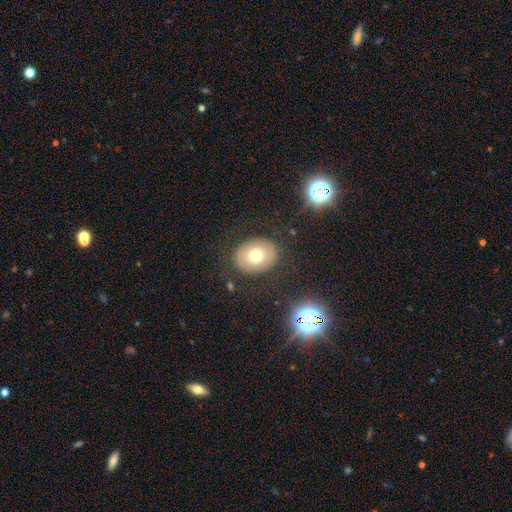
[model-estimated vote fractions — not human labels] A smooth galaxy with no disk features (68%) that is in between round and cigar-shaped (56%). Merging: none (83%).